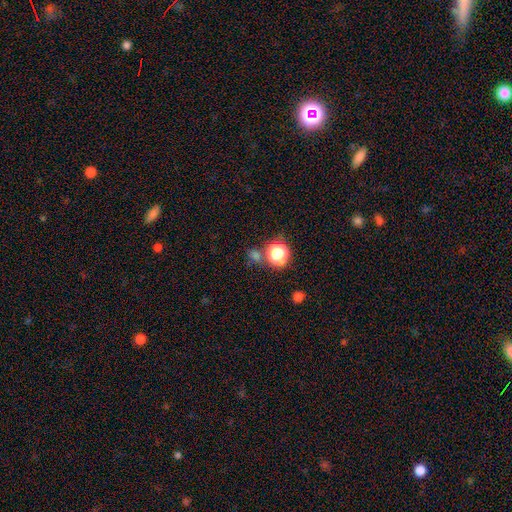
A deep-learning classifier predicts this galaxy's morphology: Smooth or featured? Predicted: smooth (p=0.55). How rounded? Predicted: round (p=0.79). Merging? Predicted: none (p=0.68).